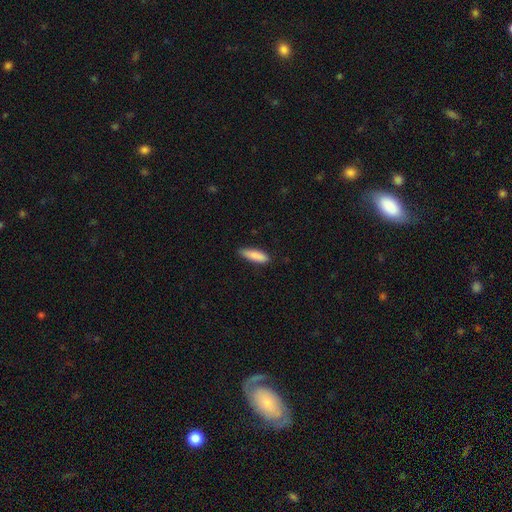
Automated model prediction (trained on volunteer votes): Smooth or featured? smooth (87%)
How rounded? cigar-shaped (62%)
Merging? none (81%)